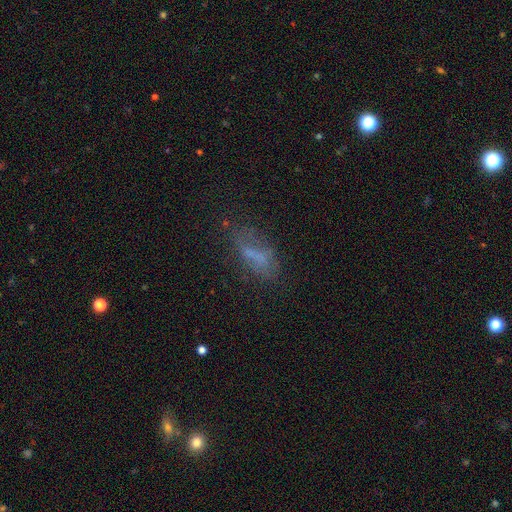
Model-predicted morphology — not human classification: This is possibly a smooth galaxy (49%). Merging: possibly none (51%).